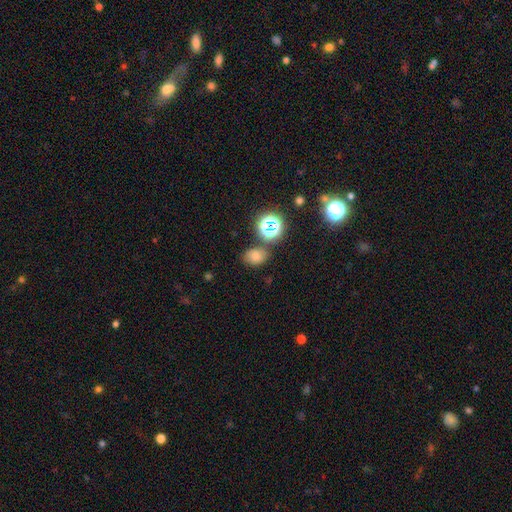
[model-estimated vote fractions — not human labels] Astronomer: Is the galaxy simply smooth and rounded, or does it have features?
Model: smooth — 68%.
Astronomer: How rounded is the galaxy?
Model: in between — 62%.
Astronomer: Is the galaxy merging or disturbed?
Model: none — 71%.